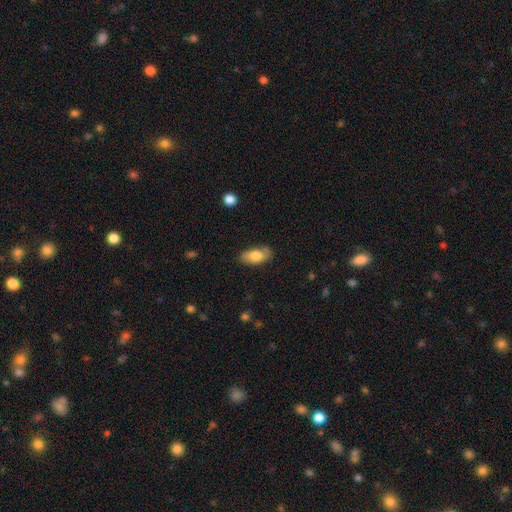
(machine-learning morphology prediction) Overall: smooth (73%). How rounded: in between (90%). Merging: none (74%).